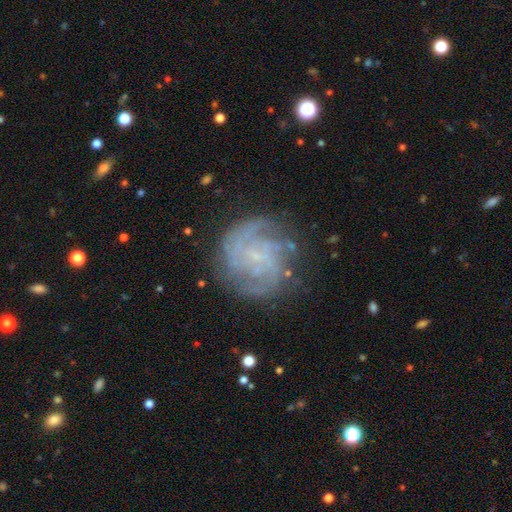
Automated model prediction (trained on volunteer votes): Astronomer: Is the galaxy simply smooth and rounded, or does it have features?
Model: featured or disk — 80%.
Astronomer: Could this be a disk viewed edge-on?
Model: no — 98%.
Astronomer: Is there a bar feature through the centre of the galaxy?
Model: no — 59% (runner-up: weak, 34%).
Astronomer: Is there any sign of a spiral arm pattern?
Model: yes — 93%.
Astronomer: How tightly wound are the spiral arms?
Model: tight — 54% (runner-up: medium, 35%).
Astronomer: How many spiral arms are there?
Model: can't tell — 31% (runner-up: 2, 22%).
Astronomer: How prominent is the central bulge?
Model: small — 64%.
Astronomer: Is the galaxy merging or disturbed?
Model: none — 75%.